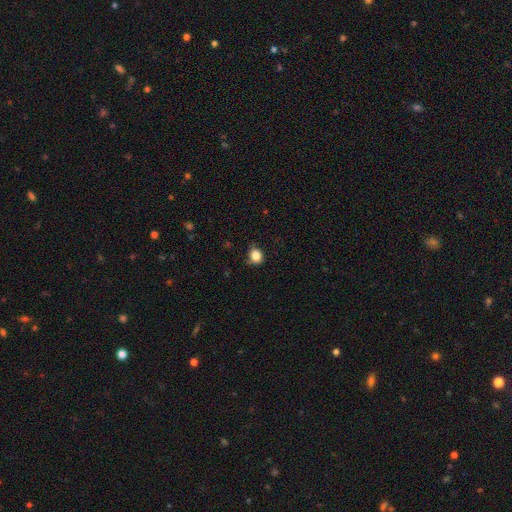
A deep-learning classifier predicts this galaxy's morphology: Smooth or featured? smooth (84%)
How rounded? round (71%)
Merging? none (71%)